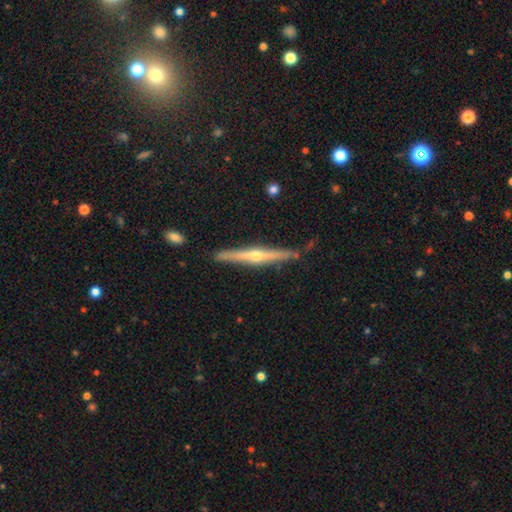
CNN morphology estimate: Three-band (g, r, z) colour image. It shows a featured or disk galaxy (79%) viewed edge-on (98%) with a rounded central bulge (89%). Merging: none (87%).